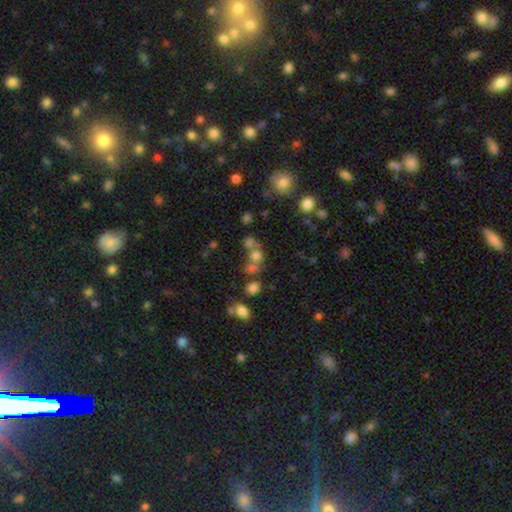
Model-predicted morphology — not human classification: The model was most divided on "merging": merger: 44%, none: 41%, minor disturbance: 9%, major disturbance: 6%. More confident: how rounded — round (77%); smooth or featured — smooth (64%).